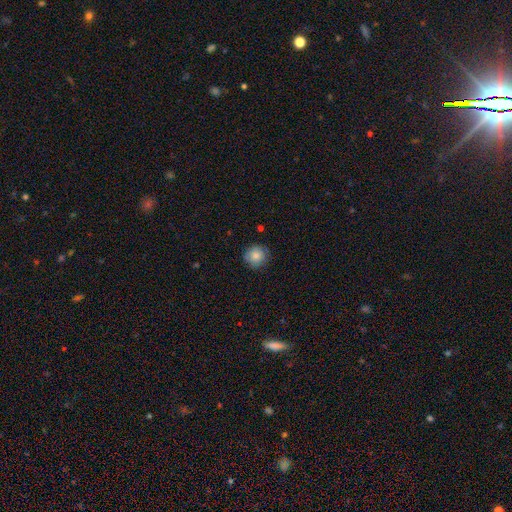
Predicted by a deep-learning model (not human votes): Smooth or featured? Predicted: smooth (p=0.80). How rounded? Predicted: round (p=0.93). Merging? Predicted: none (p=0.84).